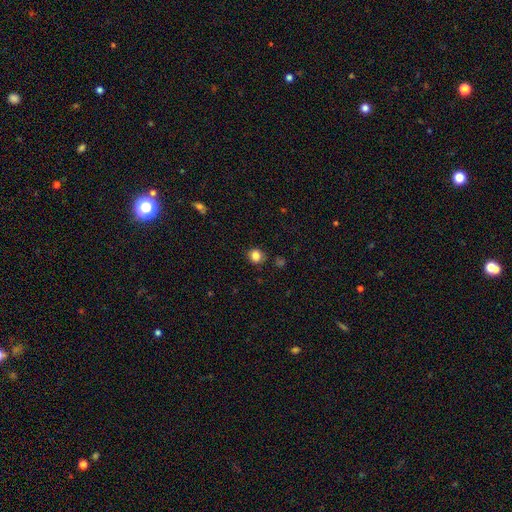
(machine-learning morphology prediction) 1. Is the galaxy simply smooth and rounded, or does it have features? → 84% smooth, 12% star or artifact, 4% featured or disk.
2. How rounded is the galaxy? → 84% round, 15% in between, 1% cigar-shaped.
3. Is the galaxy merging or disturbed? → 84% none, 11% minor disturbance, 3% major disturbance, 2% merger.